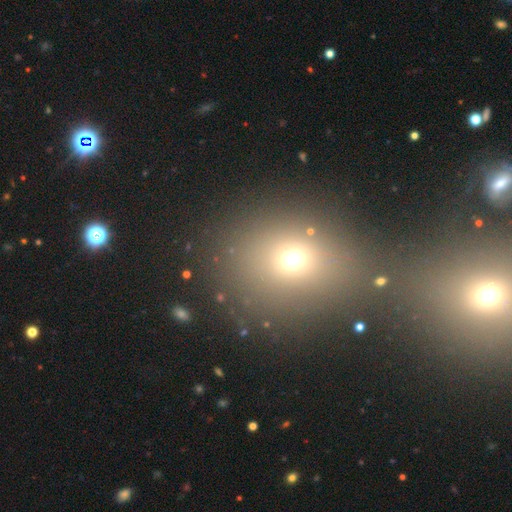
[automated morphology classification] This appears to be a smooth galaxy with no disk features (54%) that is round (68%). Merging: none (64%).